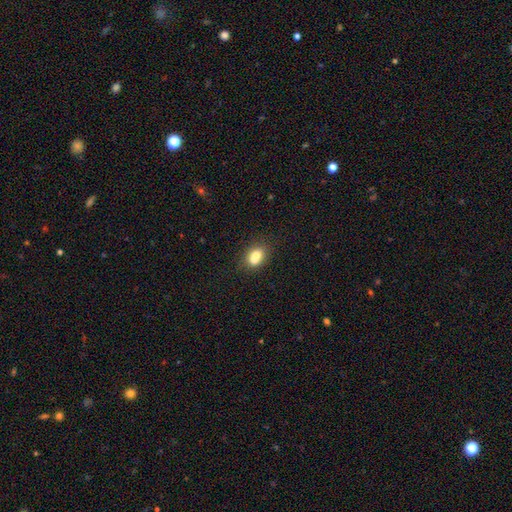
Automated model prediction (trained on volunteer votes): A smooth galaxy with no disk features (75%) that is in between round and cigar-shaped (68%). Merging: none (47%).